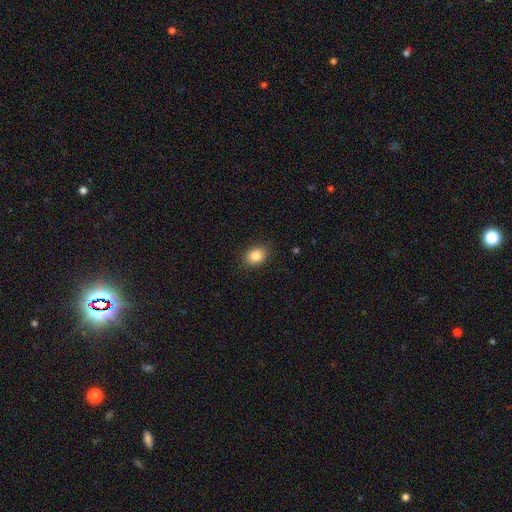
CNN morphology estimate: This appears to be a smooth galaxy with no disk features (85%) that is in between round and cigar-shaped (65%). Merging: none (88%).